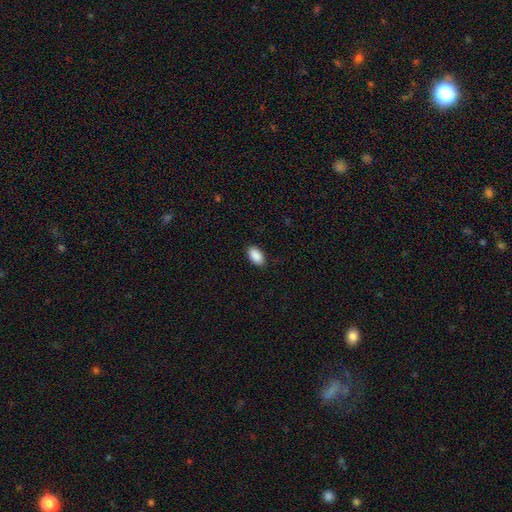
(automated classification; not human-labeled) smooth-or-featured: smooth: 90% | star or artifact: 7% | featured or disk: 3%
  how-rounded: in between: 94% | round: 3% | cigar-shaped: 2%
  merging: none: 87% | minor disturbance: 10% | major disturbance: 2% | merger: 1%